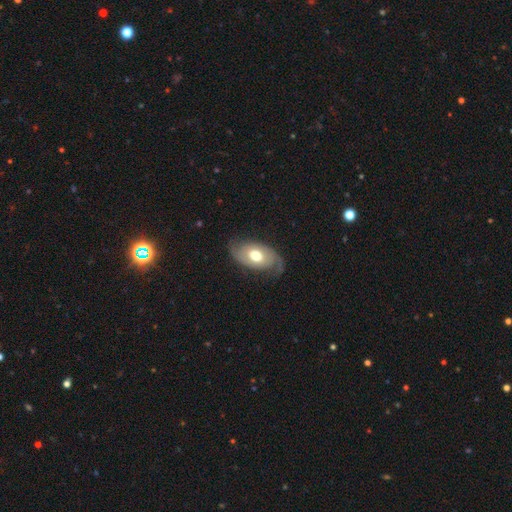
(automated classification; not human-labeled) smooth-or-featured: featured or disk: 73% | smooth: 22% | star or artifact: 5%
  disk-edge-on: no: 94% | yes: 6%
    bar: no: 70% | weak: 23% | strong: 6%
    has-spiral-arms: yes: 87% | no: 13%
      spiral-winding: medium: 39% | loose: 35% | tight: 27%
      spiral-arm-count: 2: 85% | can't tell: 7% | 1: 5% | 3: 1% | 4: 1% | more than 4: 1%
    bulge-size: moderate: 70% | large: 21% | small: 6% | dominant: 2% | none: 1%
  merging: none: 70% | minor disturbance: 19% | major disturbance: 9% | merger: 1%